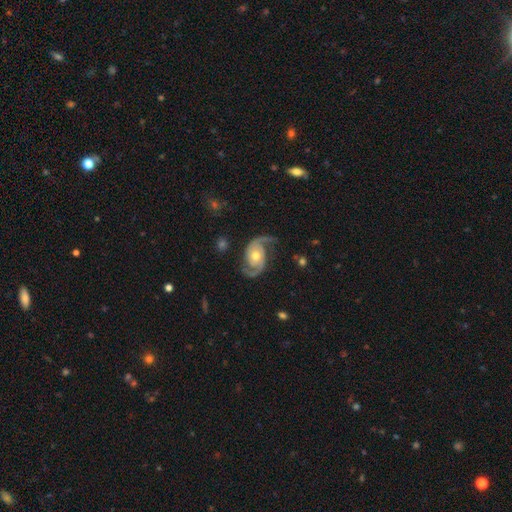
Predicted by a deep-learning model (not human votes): Morphology: type=featured or disk (91%); edge-on=no (98%); bar=no (70%); spiral arms=yes (98%); winding=medium (48%); arm count=2 (93%); bulge=moderate (70%); merging=none (74%).